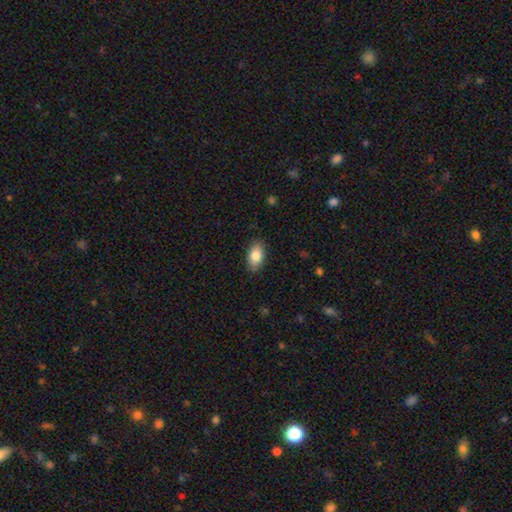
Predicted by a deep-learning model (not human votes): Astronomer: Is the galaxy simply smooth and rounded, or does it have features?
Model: smooth — 83%.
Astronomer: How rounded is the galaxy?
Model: in between — 91%.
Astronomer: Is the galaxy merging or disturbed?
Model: none — 87%.